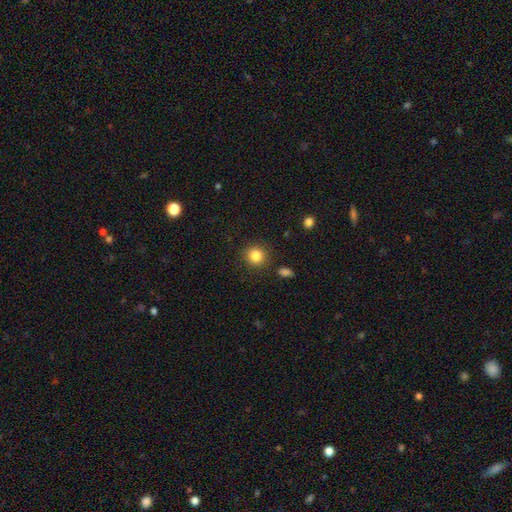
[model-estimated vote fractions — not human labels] Q: Smooth or featured?
A: smooth (84%); runner-up: star or artifact (10%)
Q: How rounded?
A: round (89%); runner-up: in between (10%)
Q: Merging?
A: none (88%); runner-up: minor disturbance (7%)